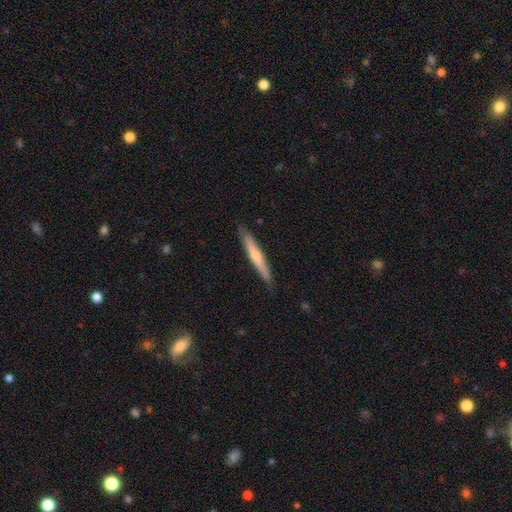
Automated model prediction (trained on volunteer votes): Overall: featured or disk (48%; smooth 47%). Merging: none (88%).